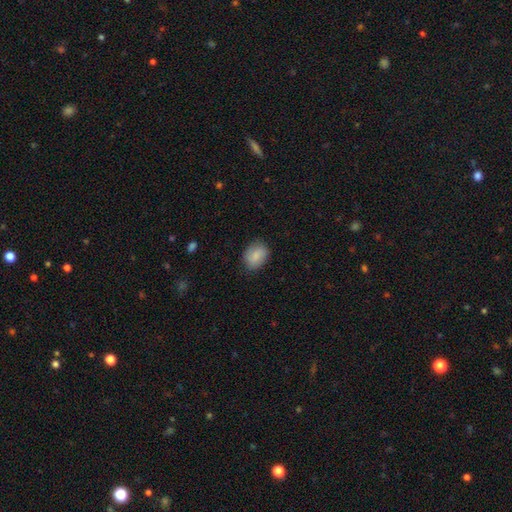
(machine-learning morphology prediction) Smooth or featured?
  - smooth: 81% *
  - featured or disk: 12%
  - star or artifact: 7%
How rounded?
  - in between: 61% *
  - round: 37%
  - cigar-shaped: 1%
Merging?
  - none: 80% *
  - minor disturbance: 15%
  - major disturbance: 3%
  - merger: 1%